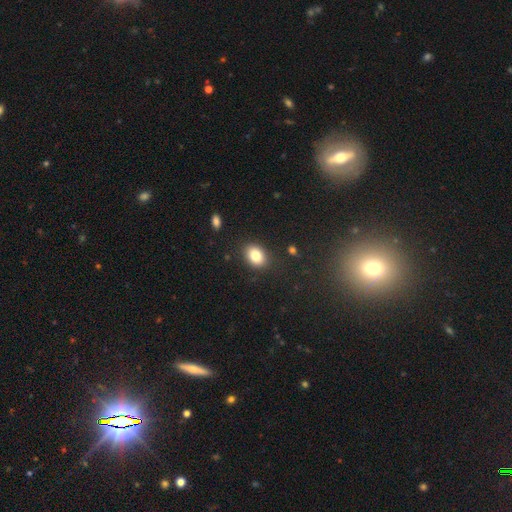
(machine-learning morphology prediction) Q: Smooth or featured?
A: smooth (83%); runner-up: star or artifact (9%)
Q: How rounded?
A: in between (72%); runner-up: round (27%)
Q: Merging?
A: none (85%); runner-up: minor disturbance (10%)